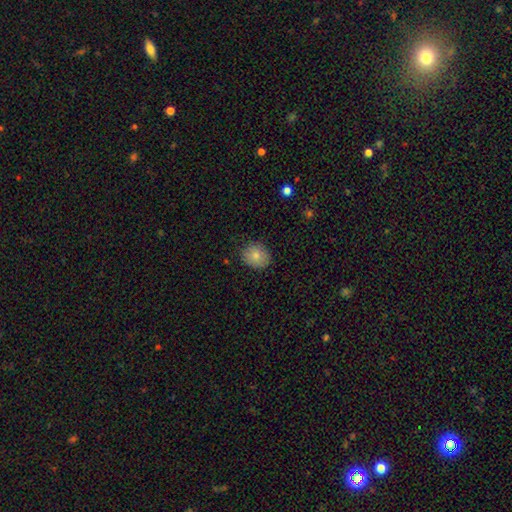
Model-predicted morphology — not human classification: A smooth galaxy with no disk features (81%) that is round (71%). Merging: none (84%).